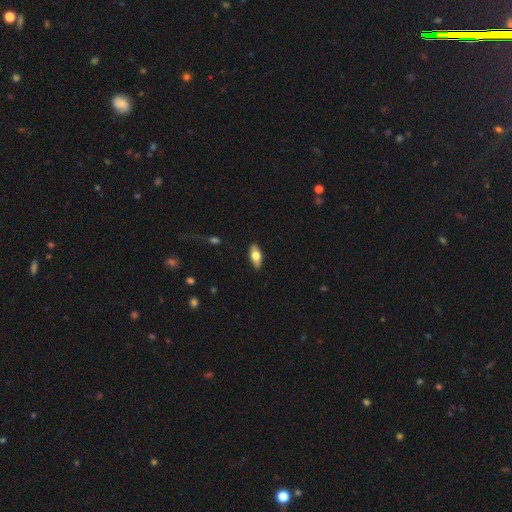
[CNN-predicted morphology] Q: Smooth or featured?
A: smooth (67%); runner-up: featured or disk (27%)
Q: How rounded?
A: in between (82%); runner-up: cigar-shaped (15%)
Q: Merging?
A: none (88%); runner-up: minor disturbance (9%)